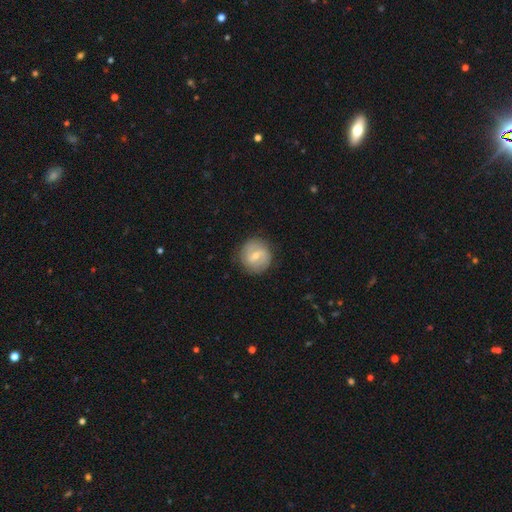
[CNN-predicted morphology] Smooth or featured?
  - featured or disk: 57% *
  - smooth: 37%
  - star or artifact: 6%
Edge-on disk?
  - no: 97% *
  - yes: 3%
Bar?
  - weak: 59% *
  - strong: 22%
  - no: 19%
Spiral arms?
  - yes: 78% *
  - no: 22%
Bulge size?
  - small: 51% *
  - moderate: 44%
  - none: 3%
  - large: 2%
  - dominant: 1%
Merging?
  - none: 83% *
  - minor disturbance: 12%
  - major disturbance: 4%
  - merger: 1%